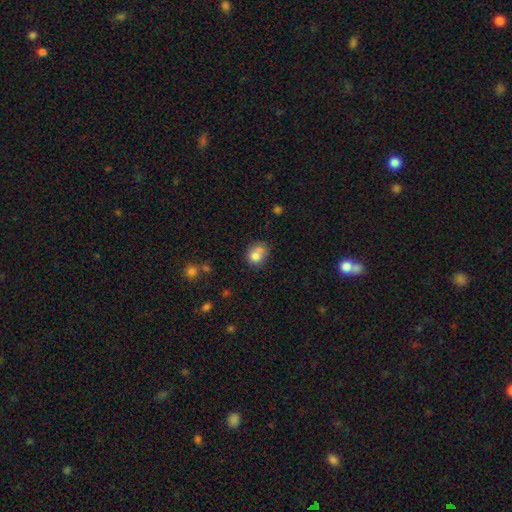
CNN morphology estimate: smooth_or_featured: smooth (p=0.76) [alt: featured or disk p=0.14]
how_rounded: round (p=0.67) [alt: in between p=0.33]
merging: none (p=0.41) [alt: merger p=0.32]